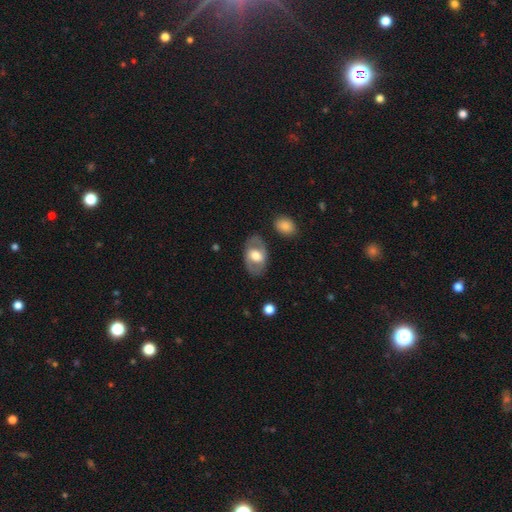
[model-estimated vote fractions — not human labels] A featured or disk galaxy (49%). Merging: none (79%).